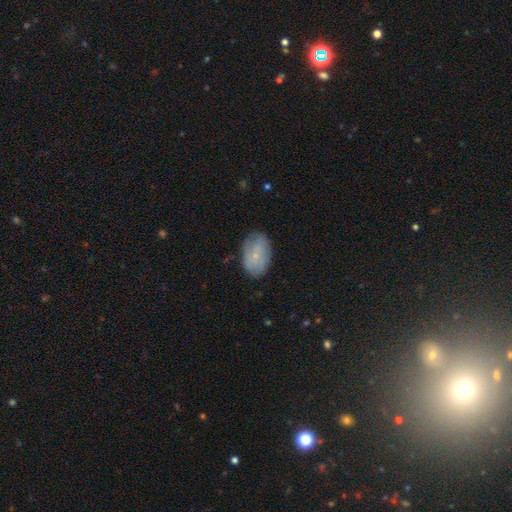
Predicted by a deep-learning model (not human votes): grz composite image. It shows a smooth galaxy with no disk features (57%) that is in between round and cigar-shaped (87%). Merging: none (75%).